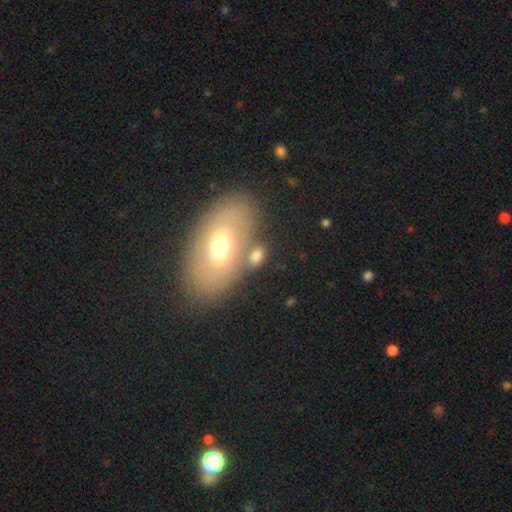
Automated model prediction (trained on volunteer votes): smooth-or-featured: smooth: 67% | featured or disk: 21% | star or artifact: 12%
  how-rounded: in between: 76% | round: 20% | cigar-shaped: 3%
  merging: none: 58% | merger: 24% | minor disturbance: 11% | major disturbance: 6%